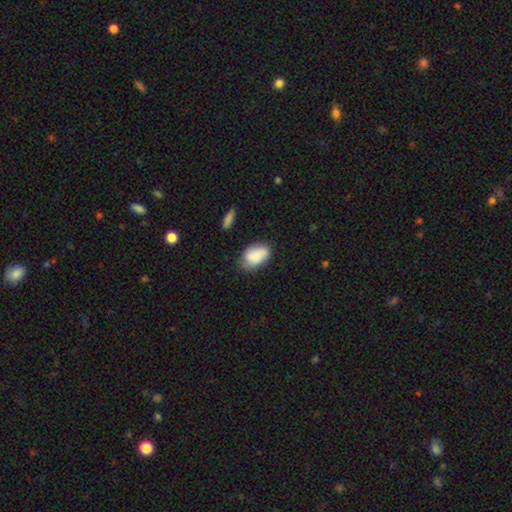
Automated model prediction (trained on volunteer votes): This is clearly a smooth galaxy (86%). How rounded: clearly in between (90%). Merging: likely none (61%).